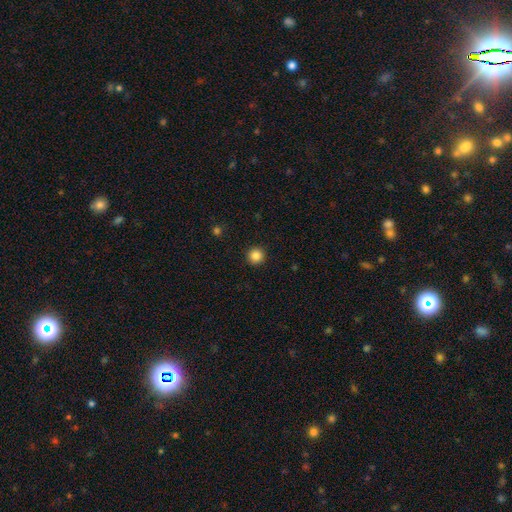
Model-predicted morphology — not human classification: Q: Smooth or featured?
A: smooth (86%); runner-up: star or artifact (11%)
Q: How rounded?
A: round (96%); runner-up: in between (3%)
Q: Merging?
A: none (93%); runner-up: minor disturbance (4%)